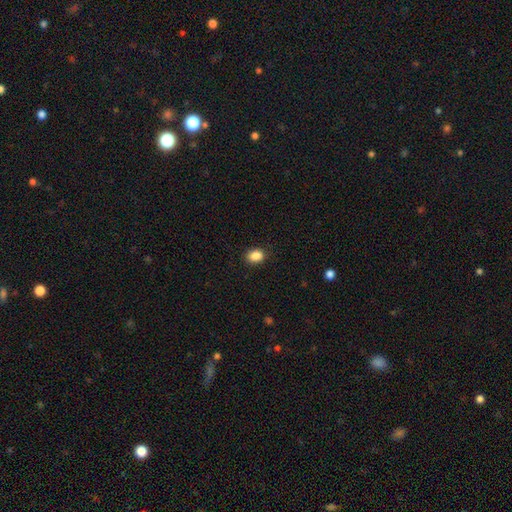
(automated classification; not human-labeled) Q: Smooth or featured?
A: smooth (88%); runner-up: star or artifact (9%)
Q: How rounded?
A: in between (67%); runner-up: round (32%)
Q: Merging?
A: none (84%); runner-up: minor disturbance (12%)